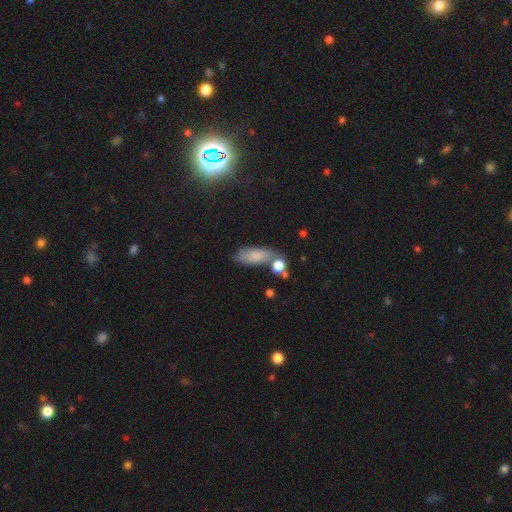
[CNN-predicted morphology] smooth_or_featured: smooth (p=0.74) [alt: featured or disk p=0.16]
how_rounded: in between (p=0.73) [alt: cigar-shaped p=0.23]
merging: none (p=0.59) [alt: minor disturbance p=0.21]